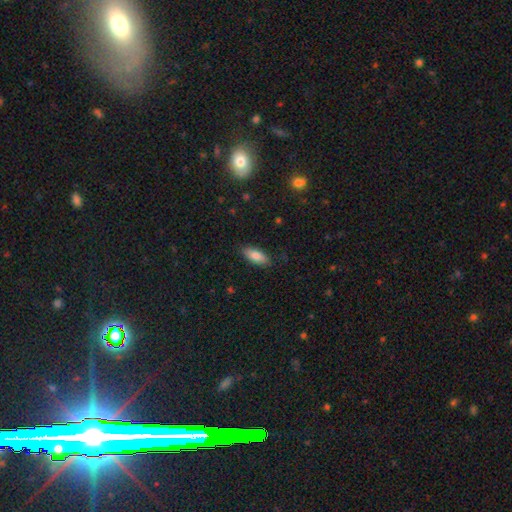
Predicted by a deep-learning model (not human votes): This is clearly a smooth galaxy (82%). How rounded: likely in between (78%). Merging: clearly none (86%).